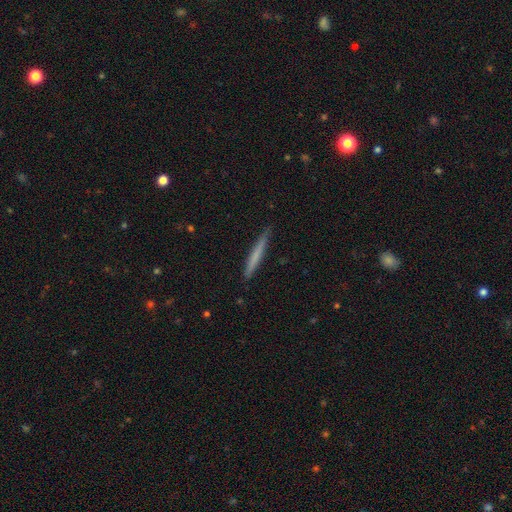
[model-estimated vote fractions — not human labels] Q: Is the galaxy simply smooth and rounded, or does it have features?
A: smooth — 61%.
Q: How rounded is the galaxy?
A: cigar-shaped — 97%.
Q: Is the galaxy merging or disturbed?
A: none — 88%.